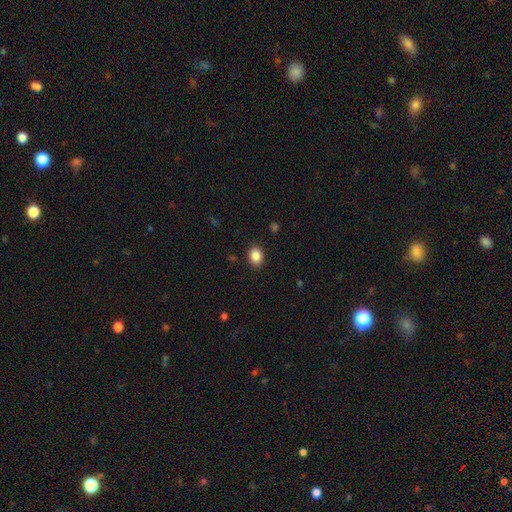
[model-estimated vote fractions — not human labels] smooth_or_featured: smooth (p=0.87) [alt: star or artifact p=0.09]
how_rounded: in between (p=0.63) [alt: round p=0.36]
merging: none (p=0.89) [alt: minor disturbance p=0.08]